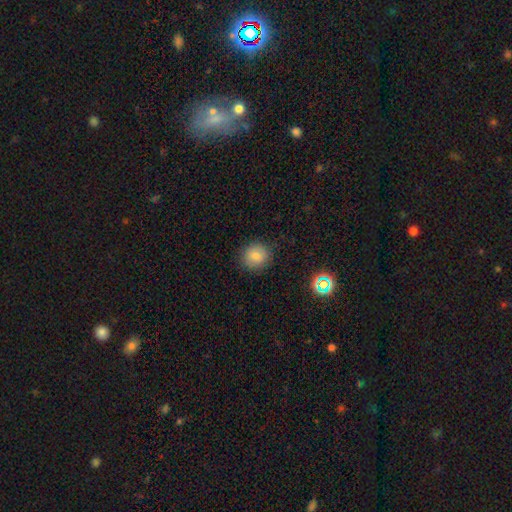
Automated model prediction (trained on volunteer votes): Smooth or featured? smooth (81%)
How rounded? round (87%)
Merging? none (88%)